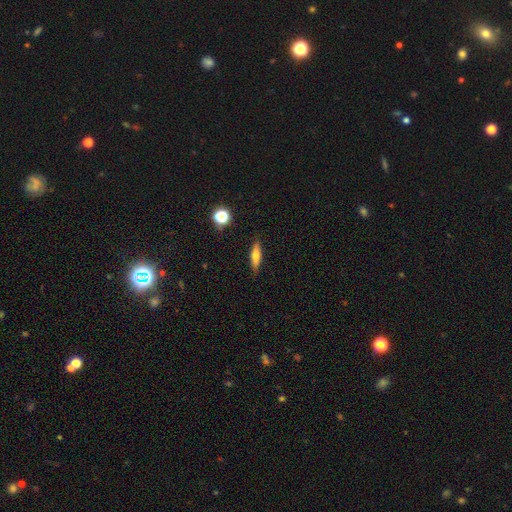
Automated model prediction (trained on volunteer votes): smooth-or-featured: smooth: 67% | featured or disk: 25% | star or artifact: 8%
  how-rounded: cigar-shaped: 69% | in between: 28% | round: 3%
  merging: none: 87% | minor disturbance: 10% | major disturbance: 2% | merger: 1%